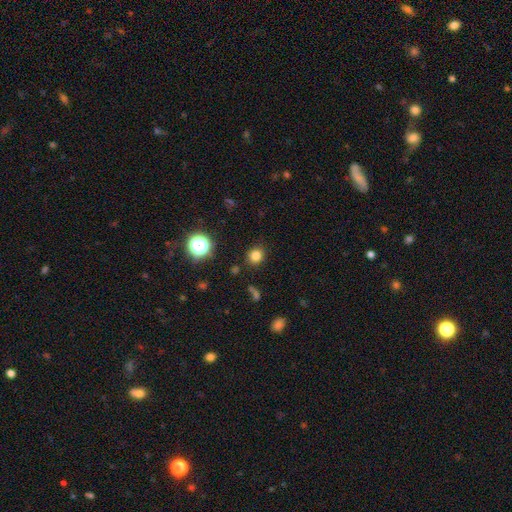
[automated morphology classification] type=smooth (80%); roundness=round (83%); merging=none (88%).